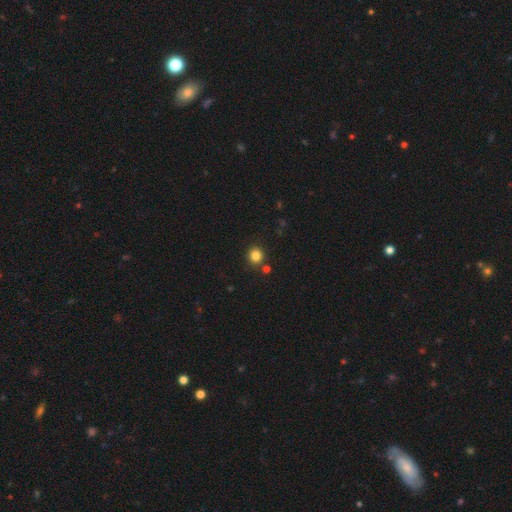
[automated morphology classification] This is clearly a smooth galaxy (83%). How rounded: clearly round (90%). Merging: clearly none (85%).